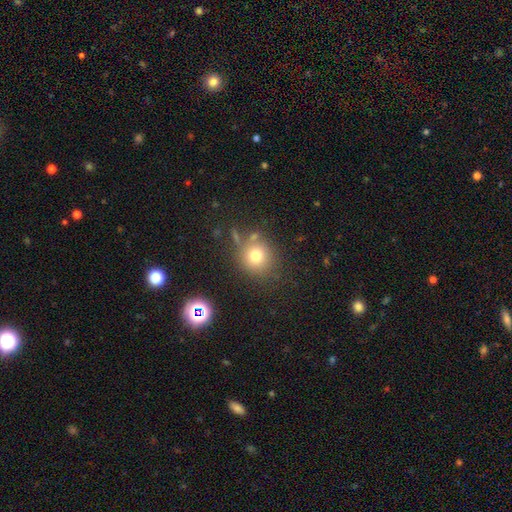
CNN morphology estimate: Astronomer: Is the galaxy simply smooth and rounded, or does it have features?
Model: smooth — 75%.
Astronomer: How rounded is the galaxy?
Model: round — 86%.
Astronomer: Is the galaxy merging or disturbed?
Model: none — 73%.